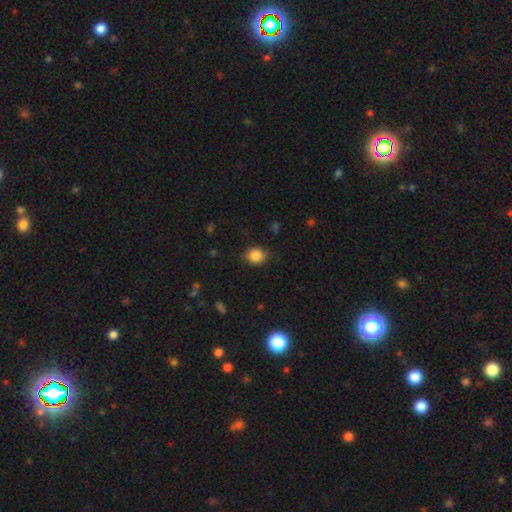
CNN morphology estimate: A smooth galaxy with no disk features (85%) that is round (65%). Merging: none (82%).